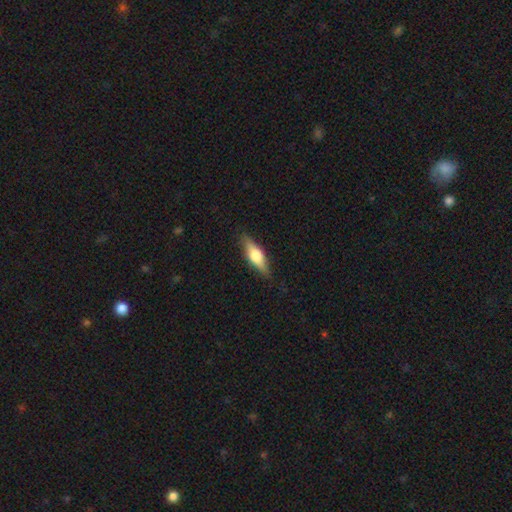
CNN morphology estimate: This is possibly a smooth galaxy (51%). How rounded: possibly in between (49%). Merging: clearly none (85%).